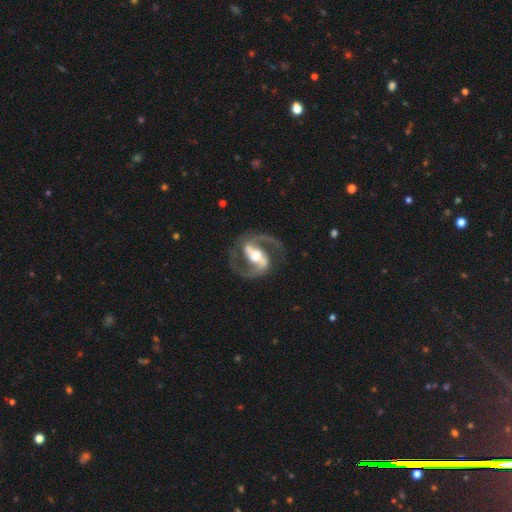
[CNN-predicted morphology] A featured or disk galaxy (92%) with a strong bar (64%), 2 (94%) medium (65%) spiral arms (98%) and a moderate central bulge (62%). Merging: none (81%).